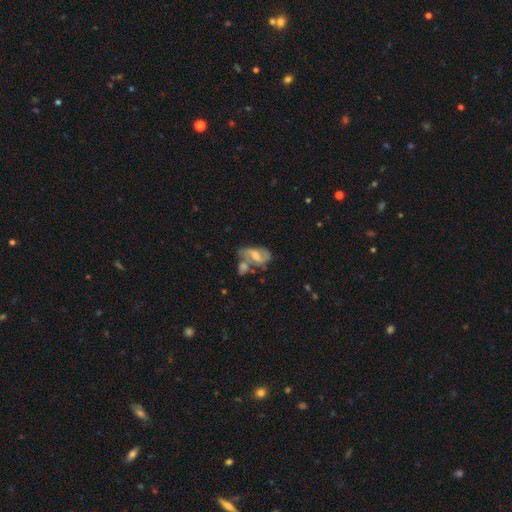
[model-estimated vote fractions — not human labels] Morphology: type=featured or disk (57%); edge-on=no (95%); bar=weak (48%); spiral arms=yes (73%); bulge=moderate (49%); merging=merger (40%).